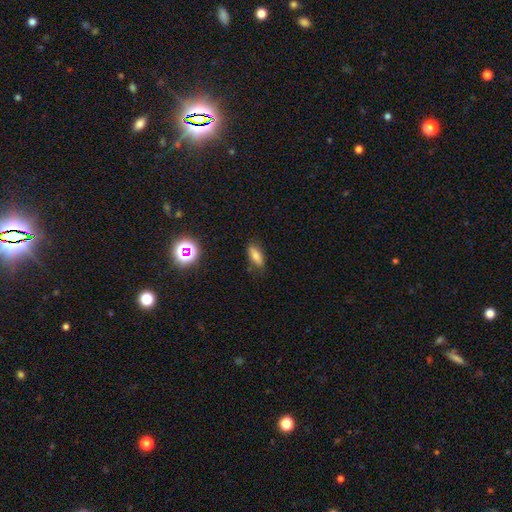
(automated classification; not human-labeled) Q: Smooth or featured?
A: smooth (74%); runner-up: featured or disk (14%)
Q: How rounded?
A: in between (75%); runner-up: cigar-shaped (21%)
Q: Merging?
A: none (78%); runner-up: minor disturbance (16%)